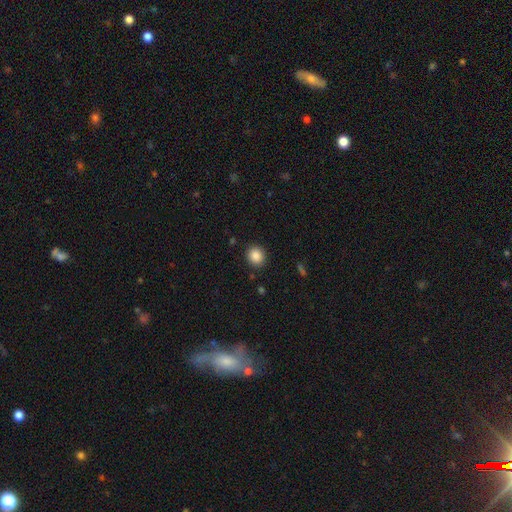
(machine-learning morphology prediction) This is clearly a smooth galaxy (87%). How rounded: clearly round (84%). Merging: clearly none (90%).